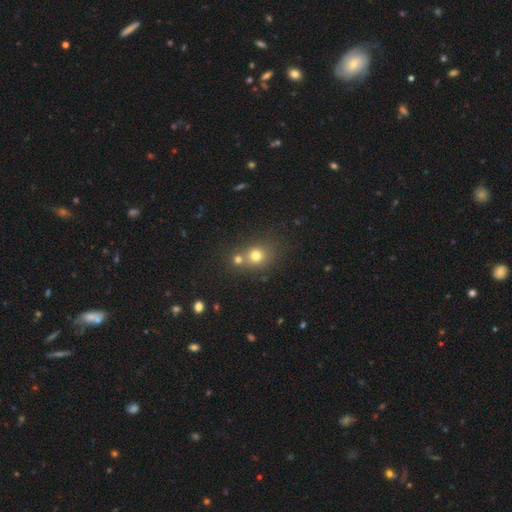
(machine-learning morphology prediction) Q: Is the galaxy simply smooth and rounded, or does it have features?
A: smooth — 73%.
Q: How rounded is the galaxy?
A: round — 76%.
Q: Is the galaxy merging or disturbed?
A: none — 53%.